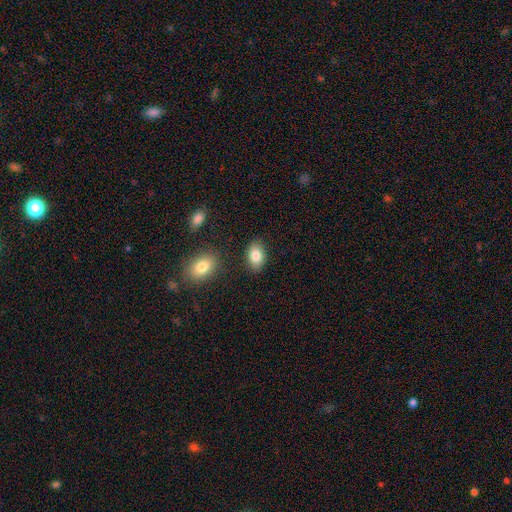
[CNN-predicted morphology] This is clearly a smooth galaxy (84%). How rounded: clearly in between (89%). Merging: clearly none (84%).